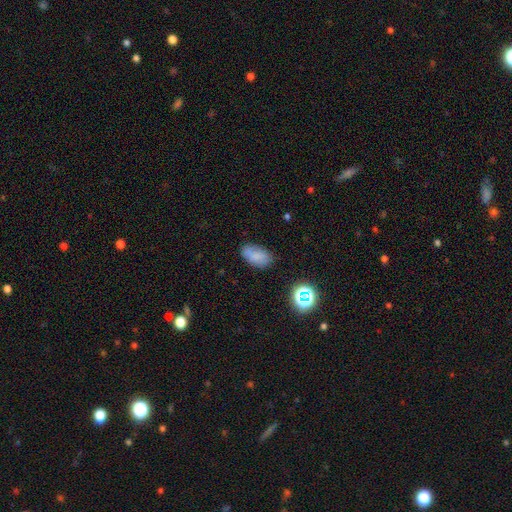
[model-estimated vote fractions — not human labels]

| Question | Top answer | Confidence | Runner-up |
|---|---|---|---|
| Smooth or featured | smooth | 76% | star or artifact (12%) |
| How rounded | in between | 92% | round (6%) |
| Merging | none | 69% | minor disturbance (22%) |